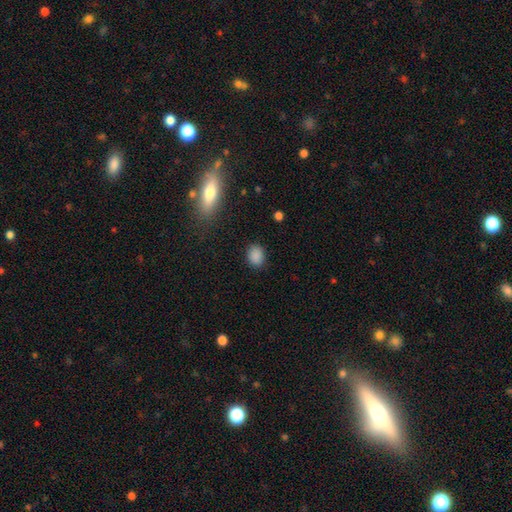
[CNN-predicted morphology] A smooth galaxy with no disk features (87%) that is in between round and cigar-shaped (57%).

Vote fractions:
- Smooth or featured? smooth: 87% / star or artifact: 9% / featured or disk: 3%
- How rounded? in between: 57% / round: 41% / cigar-shaped: 1%
- Merging? none: 85% / minor disturbance: 10% / major disturbance: 3% / merger: 1%